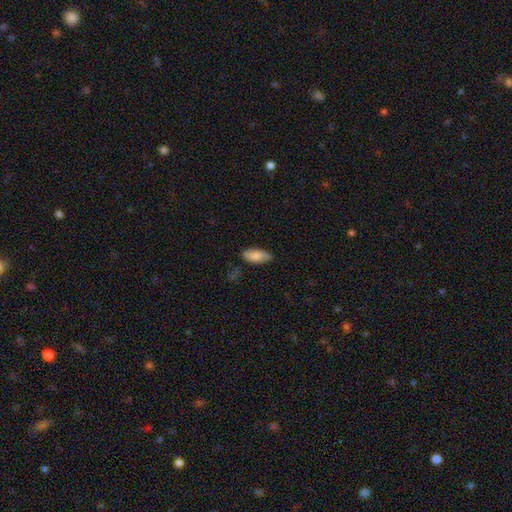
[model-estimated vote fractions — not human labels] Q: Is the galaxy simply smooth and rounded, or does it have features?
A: smooth — 82%.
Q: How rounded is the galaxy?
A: in between — 83%.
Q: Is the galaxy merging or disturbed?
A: none — 72%.